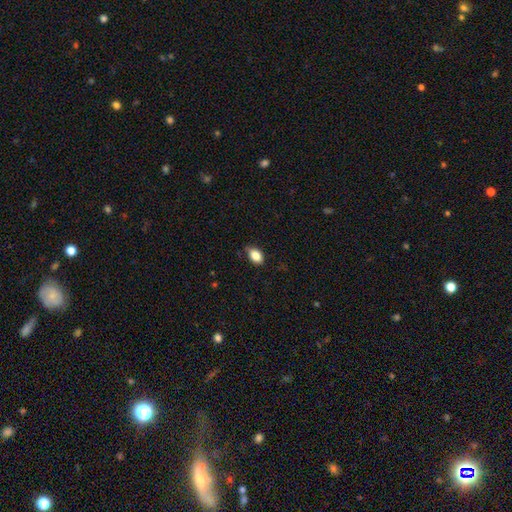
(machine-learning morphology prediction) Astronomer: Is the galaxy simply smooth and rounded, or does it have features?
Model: smooth — 84%.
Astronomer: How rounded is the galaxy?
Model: in between — 87%.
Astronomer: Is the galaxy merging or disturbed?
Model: none — 73%.